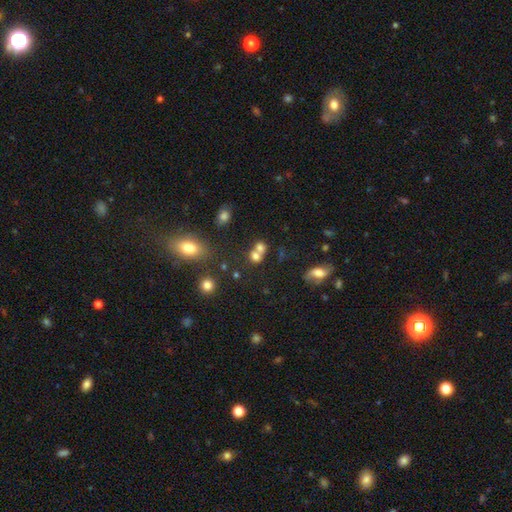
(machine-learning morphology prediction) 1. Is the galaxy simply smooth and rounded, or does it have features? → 71% smooth, 15% star or artifact, 14% featured or disk.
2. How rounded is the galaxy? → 72% round, 27% in between, 1% cigar-shaped.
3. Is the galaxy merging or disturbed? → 56% merger, 32% none, 7% minor disturbance, 4% major disturbance.